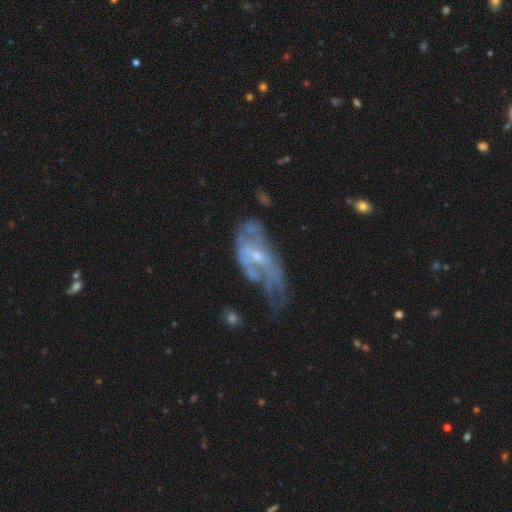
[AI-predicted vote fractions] A featured or disk galaxy (68%) with no bar (52%), no spiral arms (56%) and a small central bulge (60%). Merging: major disturbance (43%).